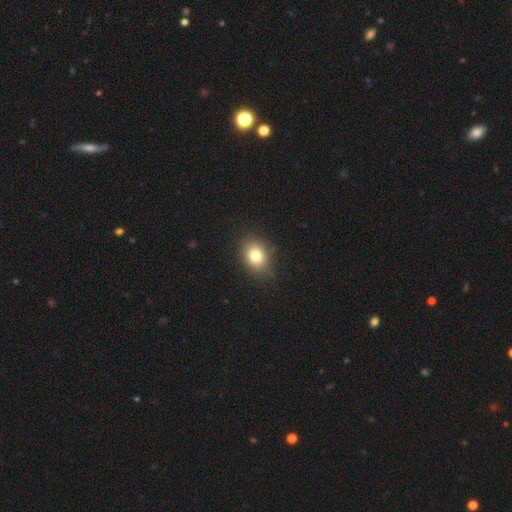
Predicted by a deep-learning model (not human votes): smooth 78%, star or artifact 12%, featured or disk 11%. Down the decision tree: how rounded — in between (55%); merging — none (80%).